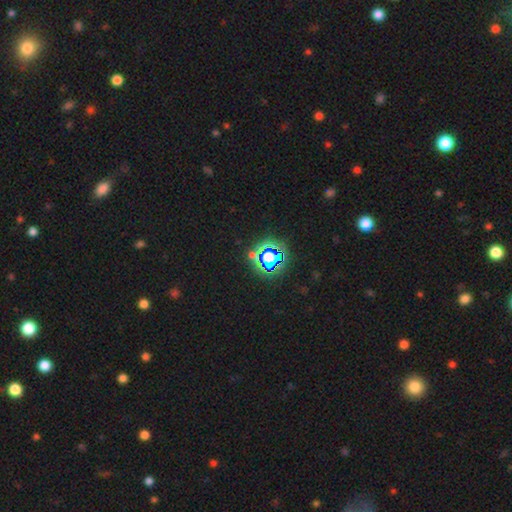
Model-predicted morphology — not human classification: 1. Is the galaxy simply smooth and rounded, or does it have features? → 75% star or artifact, 17% smooth, 8% featured or disk.